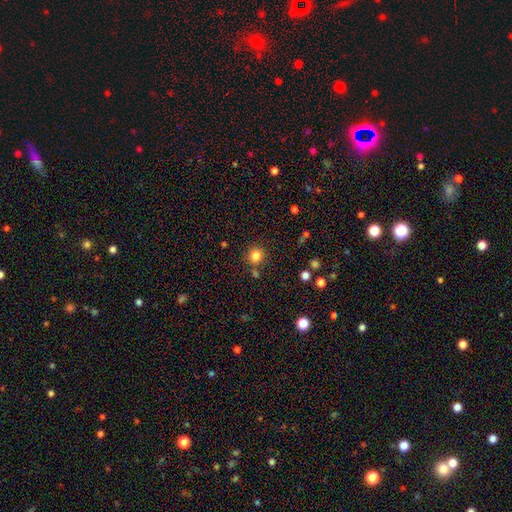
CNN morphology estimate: A smooth galaxy with no disk features (83%) that is round (88%).

Vote fractions:
- Smooth or featured? smooth: 83% / star or artifact: 12% / featured or disk: 5%
- How rounded? round: 88% / in between: 11% / cigar-shaped: 1%
- Merging? none: 81% / minor disturbance: 9% / merger: 7% / major disturbance: 3%